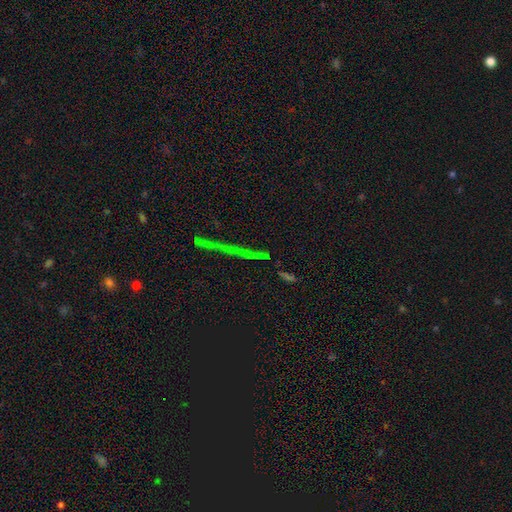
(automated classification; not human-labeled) The model was most divided on "smooth or featured": star or artifact: 73%, featured or disk: 14%, smooth: 13%.